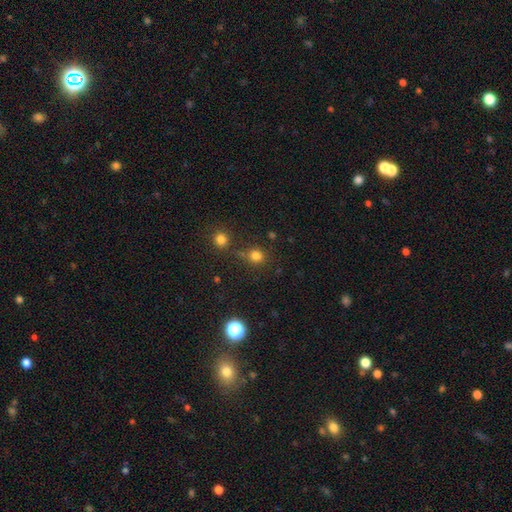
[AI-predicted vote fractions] Smooth or featured? smooth (77%)
How rounded? round (81%)
Merging? none (68%)